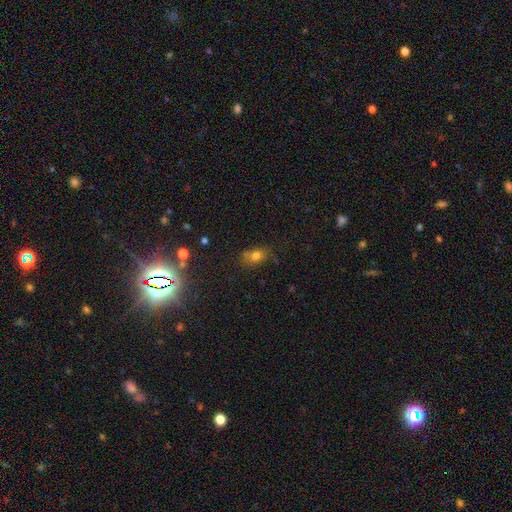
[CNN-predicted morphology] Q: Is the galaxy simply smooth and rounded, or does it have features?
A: smooth — 74%.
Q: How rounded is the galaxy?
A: in between — 64%.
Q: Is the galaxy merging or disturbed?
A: none — 66%.